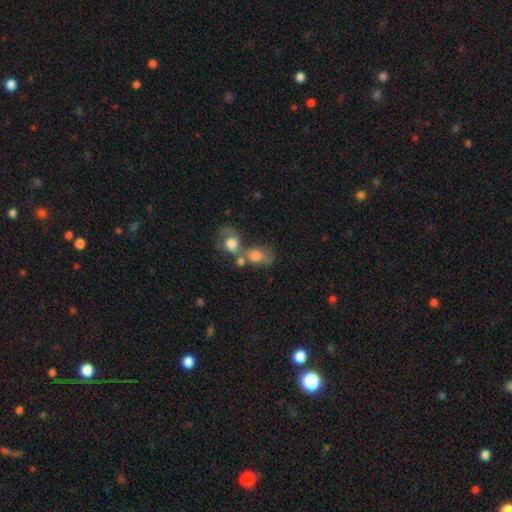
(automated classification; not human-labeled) Smooth or featured? smooth (65%)
How rounded? in between (61%)
Merging? merger (60%)